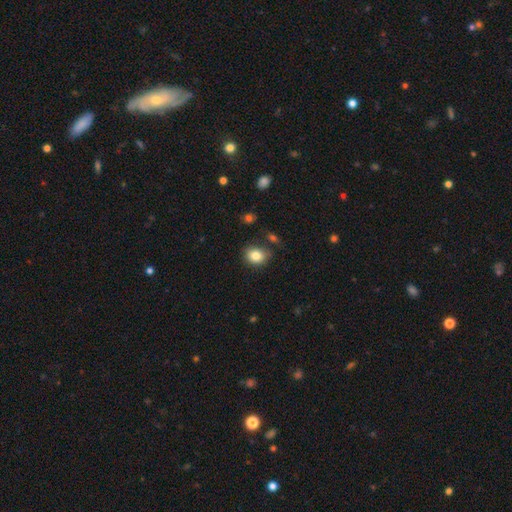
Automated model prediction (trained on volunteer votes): The model was most divided on "how rounded": round: 55%, in between: 44%, cigar-shaped: 1%. More confident: smooth or featured — smooth (83%); merging — none (75%).